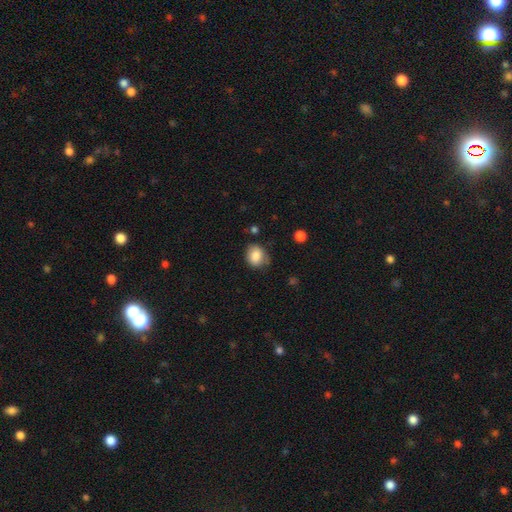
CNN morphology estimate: type=smooth (85%); roundness=round (62%); merging=none (66%).